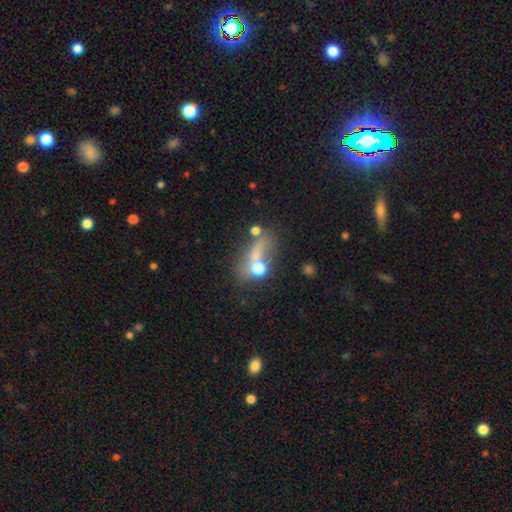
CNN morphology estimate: A smooth galaxy with no disk features (53%) that is in between round and cigar-shaped (53%). Merging: none (35%).